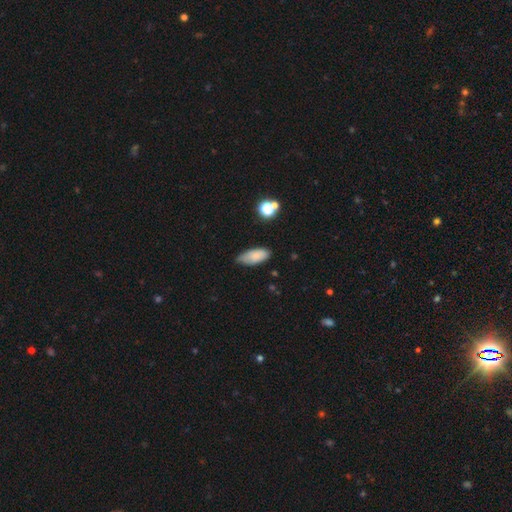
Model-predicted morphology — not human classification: A smooth galaxy with no disk features (80%) that is in between round and cigar-shaped (86%).

Vote fractions:
- Smooth or featured? smooth: 80% / featured or disk: 12% / star or artifact: 8%
- How rounded? in between: 86% / cigar-shaped: 11% / round: 2%
- Merging? none: 65% / minor disturbance: 28% / major disturbance: 4% / merger: 2%